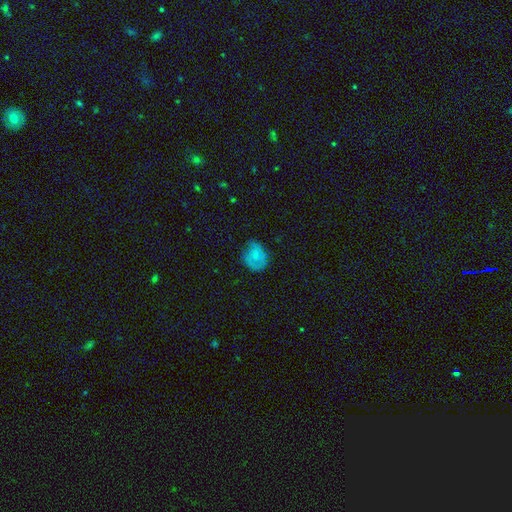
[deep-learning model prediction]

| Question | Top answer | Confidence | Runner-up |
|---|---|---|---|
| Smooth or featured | smooth | 69% | featured or disk (22%) |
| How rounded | round | 60% | in between (40%) |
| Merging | none | 57% | minor disturbance (32%) |